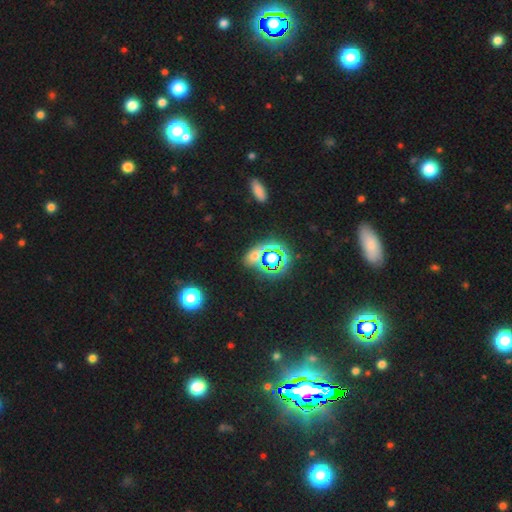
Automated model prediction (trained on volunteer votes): A star or artifact, not a galaxy (60%).

Vote fractions:
- Smooth or featured? star or artifact: 60% / smooth: 30% / featured or disk: 10%